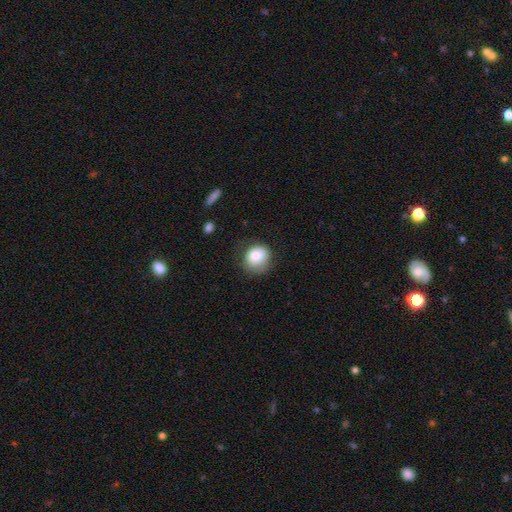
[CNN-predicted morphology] A smooth galaxy with no disk features (78%) that is round (78%).

Vote fractions:
- Smooth or featured? smooth: 78% / featured or disk: 13% / star or artifact: 9%
- How rounded? round: 78% / in between: 21% / cigar-shaped: 1%
- Merging? none: 65% / minor disturbance: 25% / major disturbance: 9% / merger: 2%